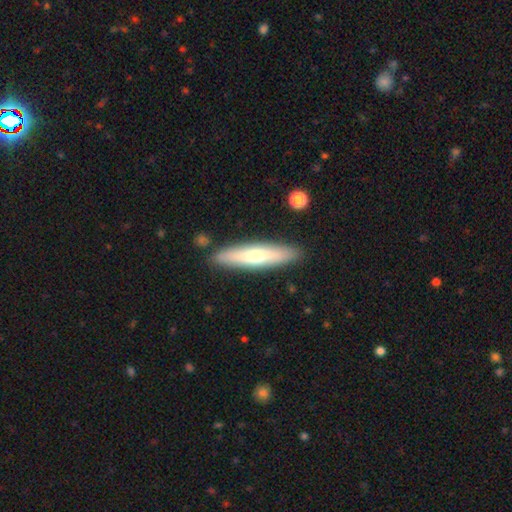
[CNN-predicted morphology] Q: Smooth or featured?
A: smooth (54%); runner-up: featured or disk (40%)
Q: How rounded?
A: cigar-shaped (84%); runner-up: in between (14%)
Q: Merging?
A: none (88%); runner-up: minor disturbance (8%)